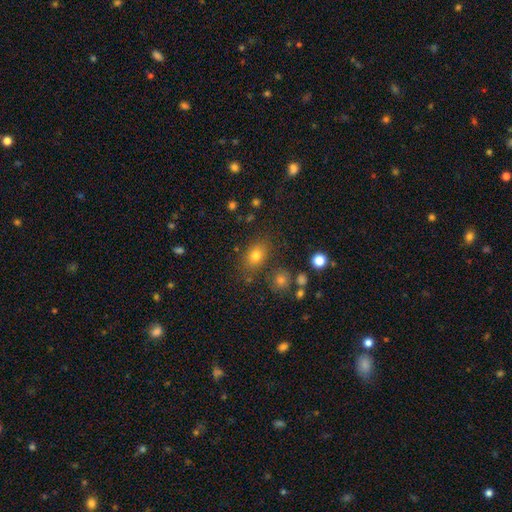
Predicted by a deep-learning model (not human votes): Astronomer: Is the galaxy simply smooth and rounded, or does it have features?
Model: smooth — 76%.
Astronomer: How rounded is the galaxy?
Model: in between — 69%.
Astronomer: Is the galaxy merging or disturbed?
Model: none — 76%.